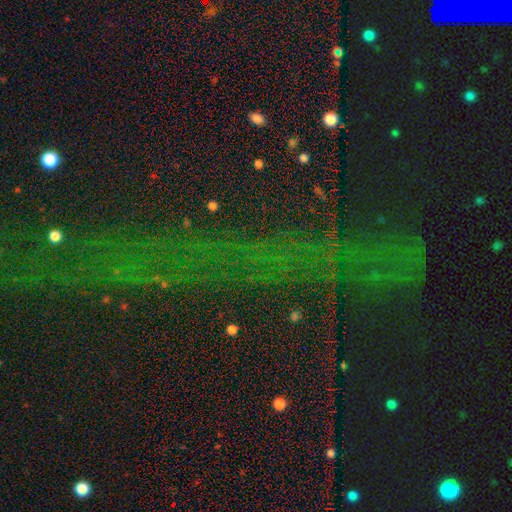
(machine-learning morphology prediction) star or artifact 79%, smooth 12%, featured or disk 9%.